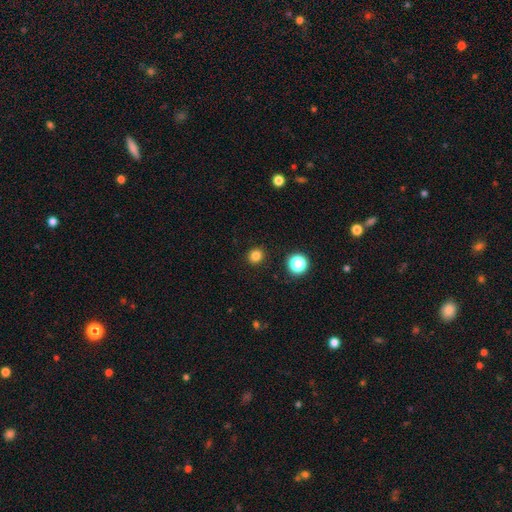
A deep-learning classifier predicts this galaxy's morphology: type=smooth (82%); roundness=round (88%); merging=none (92%).